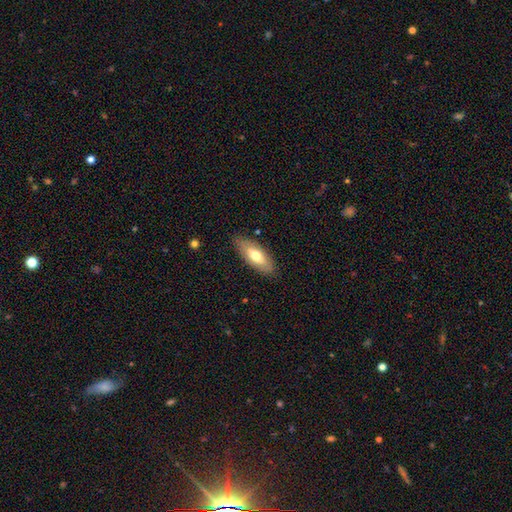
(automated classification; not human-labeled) A smooth galaxy with no disk features (62%) that is in between round and cigar-shaped (78%).

Vote fractions:
- Smooth or featured? smooth: 62% / featured or disk: 32% / star or artifact: 6%
- How rounded? in between: 78% / cigar-shaped: 19% / round: 2%
- Merging? none: 84% / minor disturbance: 12% / major disturbance: 3% / merger: 1%